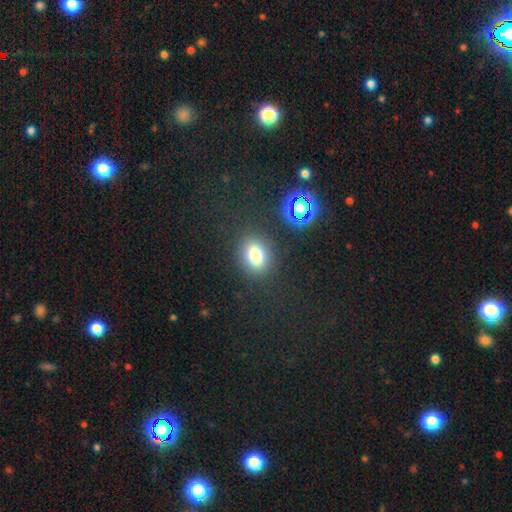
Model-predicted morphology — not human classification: Smooth or featured? smooth (71%)
How rounded? in between (50%)
Merging? none (83%)